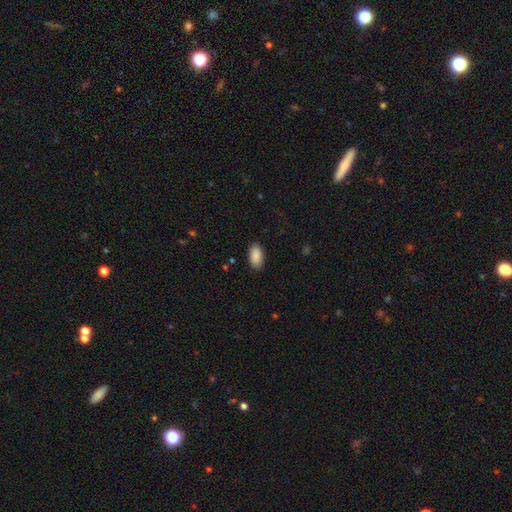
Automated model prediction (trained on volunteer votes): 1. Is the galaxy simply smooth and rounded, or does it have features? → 90% smooth, 6% star or artifact, 4% featured or disk.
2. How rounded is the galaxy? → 95% in between, 3% round, 2% cigar-shaped.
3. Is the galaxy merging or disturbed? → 86% none, 10% minor disturbance, 3% major disturbance, 1% merger.